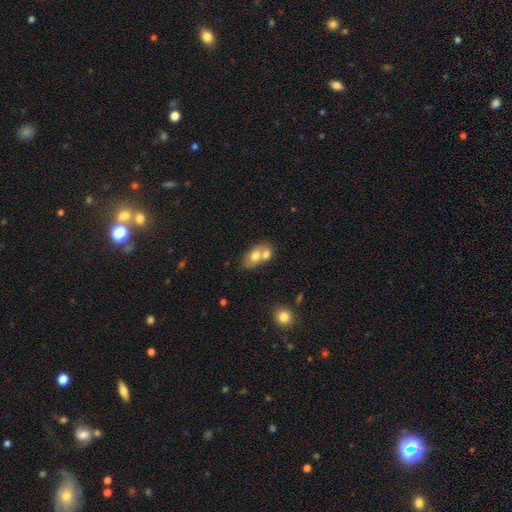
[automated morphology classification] Smooth or featured? smooth (68%)
How rounded? in between (74%)
Merging? merger (64%)